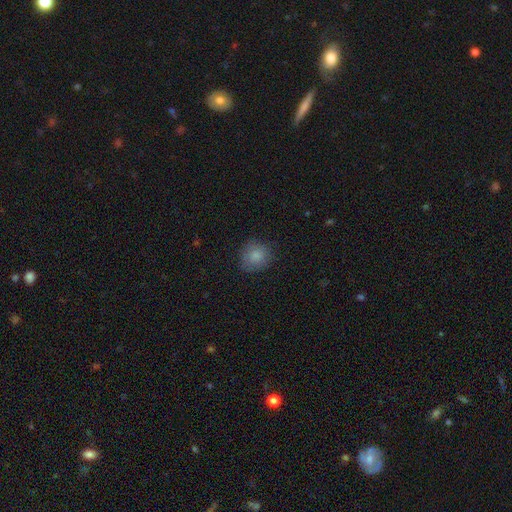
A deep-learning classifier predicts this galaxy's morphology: A smooth galaxy with no disk features (85%) that is round (83%). Merging: none (81%).